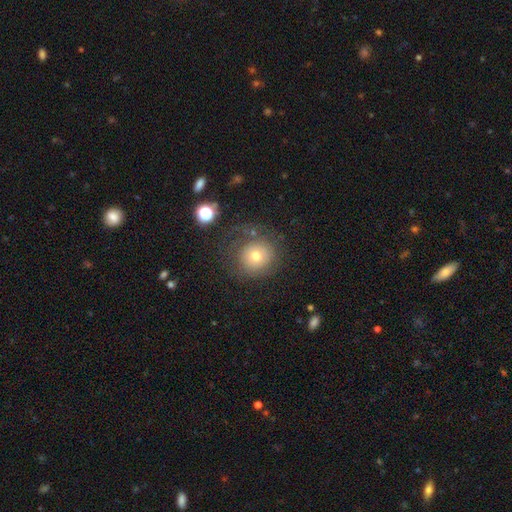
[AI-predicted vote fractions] This appears to be a smooth galaxy with no disk features (64%) that is round (90%). Merging: none (69%).